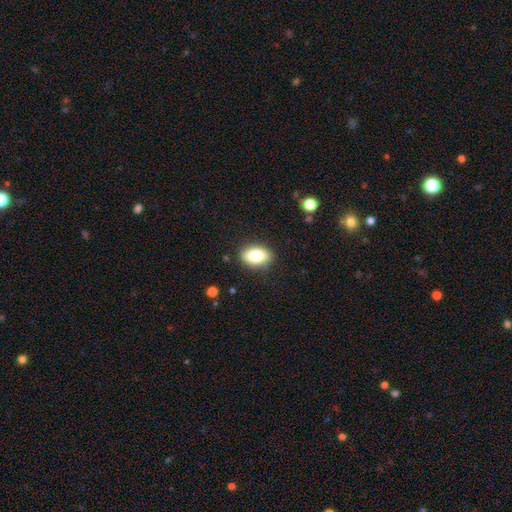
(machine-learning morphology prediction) Smooth or featured? smooth (81%)
How rounded? in between (88%)
Merging? none (86%)